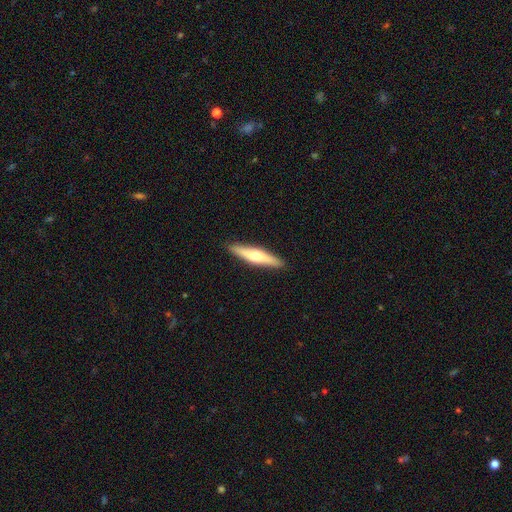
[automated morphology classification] smooth-or-featured: featured or disk: 49% | smooth: 46% | star or artifact: 5%
  merging: none: 90% | minor disturbance: 7% | major disturbance: 1% | merger: 1%